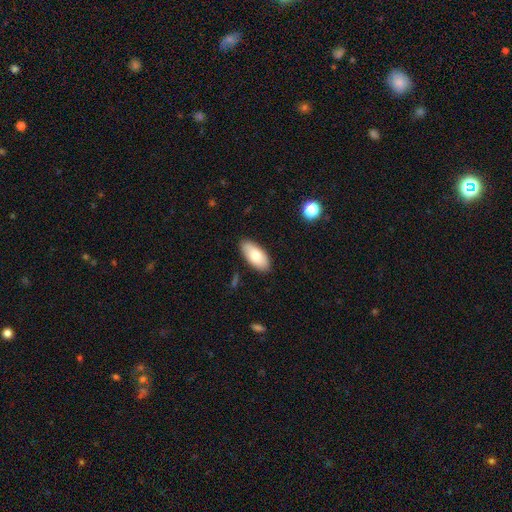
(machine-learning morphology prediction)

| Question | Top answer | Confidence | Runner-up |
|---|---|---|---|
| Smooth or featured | smooth | 79% | featured or disk (15%) |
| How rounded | in between | 91% | cigar-shaped (7%) |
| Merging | none | 87% | minor disturbance (10%) |